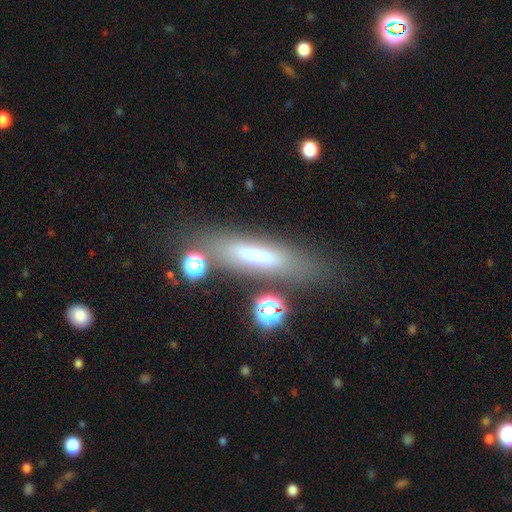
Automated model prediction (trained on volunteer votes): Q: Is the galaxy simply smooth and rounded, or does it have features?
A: smooth — 60%.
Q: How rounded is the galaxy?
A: cigar-shaped — 69%.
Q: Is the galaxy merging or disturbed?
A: none — 70%.